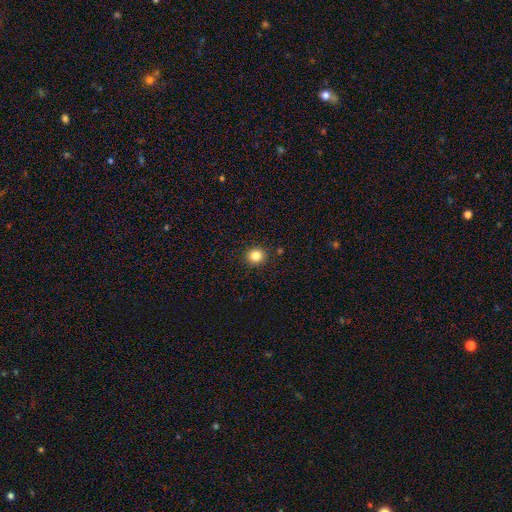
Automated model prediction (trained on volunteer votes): The model was most divided on "smooth or featured": smooth: 83%, star or artifact: 12%, featured or disk: 5%. More confident: merging — none (91%); how rounded — round (88%).